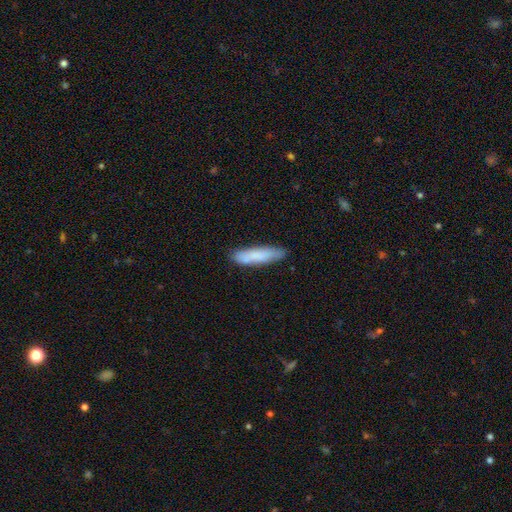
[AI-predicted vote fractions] The model was most divided on "how rounded": cigar-shaped: 81%, in between: 17%, round: 1%. More confident: merging — none (81%); smooth or featured — smooth (79%).